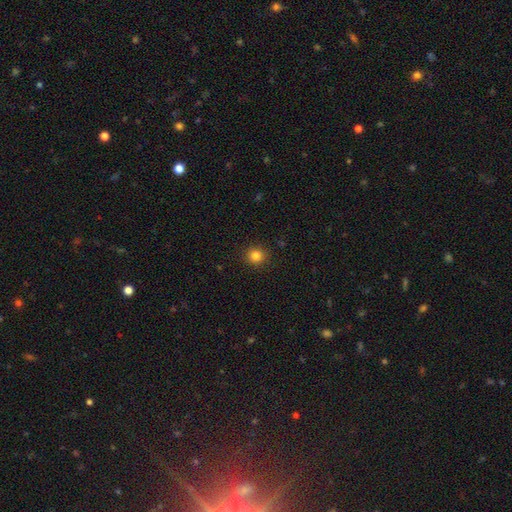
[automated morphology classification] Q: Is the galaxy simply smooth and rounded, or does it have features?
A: smooth — 83%.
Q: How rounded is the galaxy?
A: round — 91%.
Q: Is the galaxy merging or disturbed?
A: none — 91%.